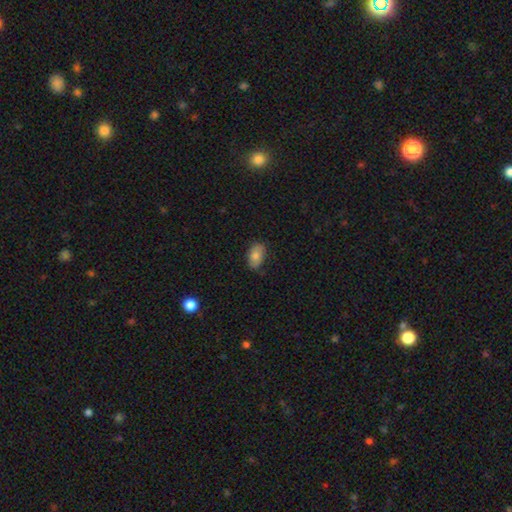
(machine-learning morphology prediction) Smooth or featured? Predicted: smooth (p=0.78). How rounded? Predicted: in between (p=0.89). Merging? Predicted: none (p=0.77).